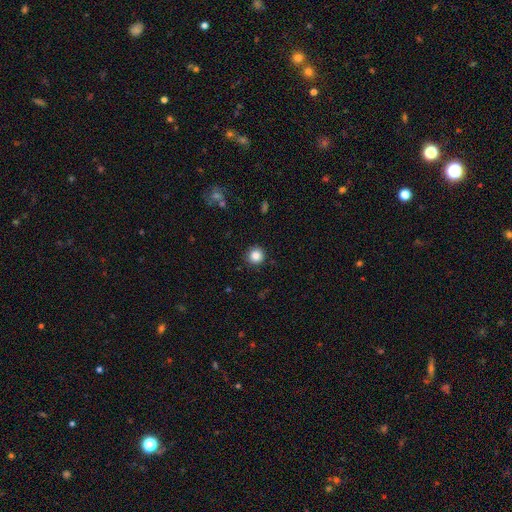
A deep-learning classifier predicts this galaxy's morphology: This appears to be a smooth galaxy with no disk features (85%) that is round (95%). Merging: none (92%).